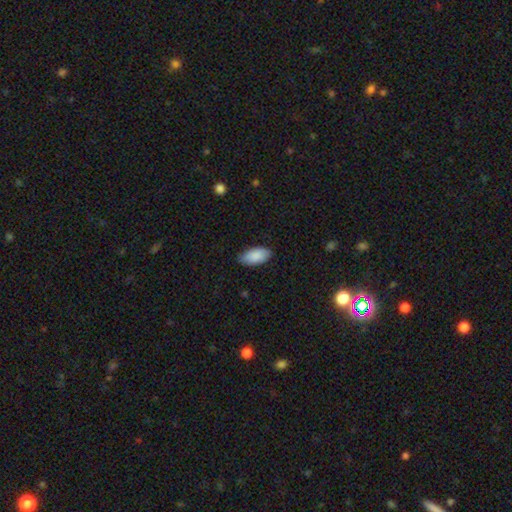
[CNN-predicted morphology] Smooth or featured? Predicted: smooth (p=0.90). How rounded? Predicted: in between (p=0.94). Merging? Predicted: none (p=0.84).